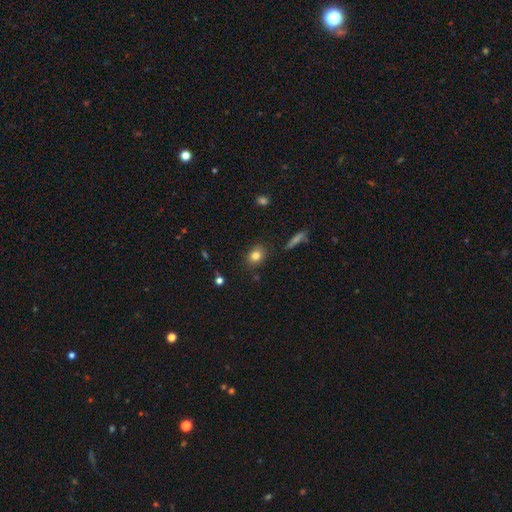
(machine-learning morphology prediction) A smooth galaxy with no disk features (81%) that is in between round and cigar-shaped (51%). Merging: none (84%).